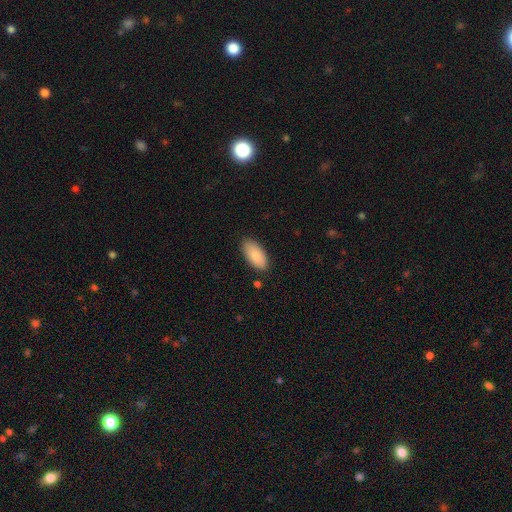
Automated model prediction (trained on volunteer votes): A smooth galaxy with no disk features (86%) that is in between round and cigar-shaped (93%).

Vote fractions:
- Smooth or featured? smooth: 86% / featured or disk: 8% / star or artifact: 6%
- How rounded? in between: 93% / cigar-shaped: 5% / round: 2%
- Merging? none: 86% / minor disturbance: 11% / major disturbance: 2% / merger: 1%